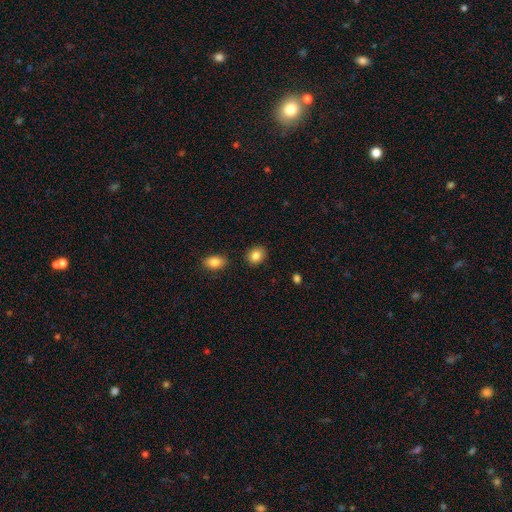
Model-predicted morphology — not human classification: A smooth galaxy with no disk features (85%) that is round (54%). Merging: none (87%).